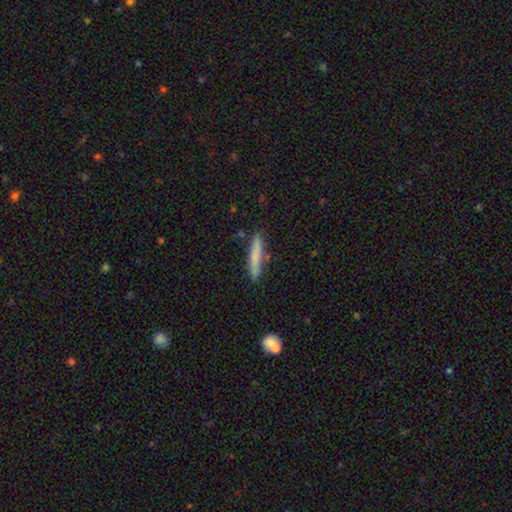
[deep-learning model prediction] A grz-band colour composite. It shows a smooth galaxy with no disk features (74%) that is cigar-shaped (93%). Merging: none (85%).